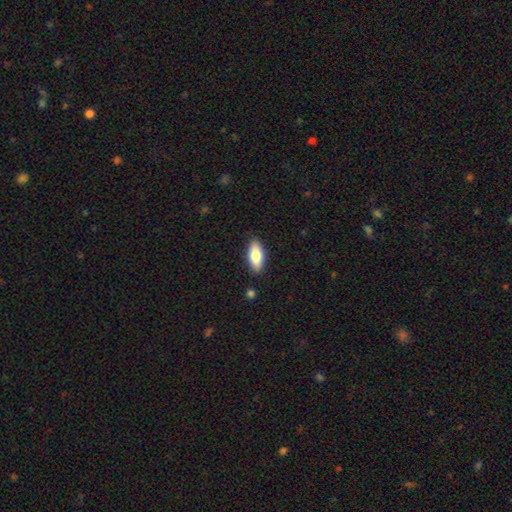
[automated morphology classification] A smooth galaxy with no disk features (77%) that is in between round and cigar-shaped (82%).

Vote fractions:
- Smooth or featured? smooth: 77% / featured or disk: 17% / star or artifact: 6%
- How rounded? in between: 82% / cigar-shaped: 16% / round: 3%
- Merging? none: 88% / minor disturbance: 9% / major disturbance: 2% / merger: 1%